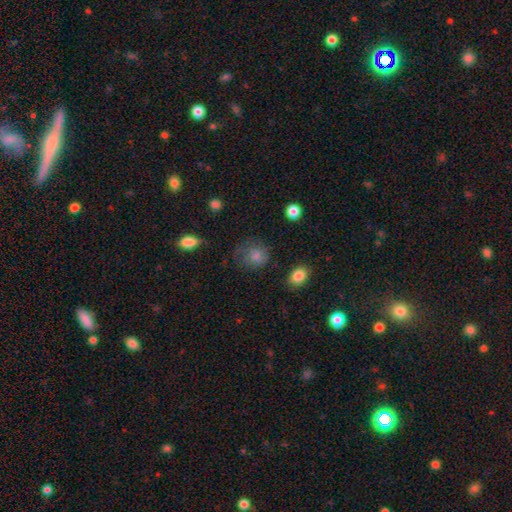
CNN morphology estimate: This appears to be a smooth galaxy with no disk features (73%) that is round (72%). Merging: none (54%).